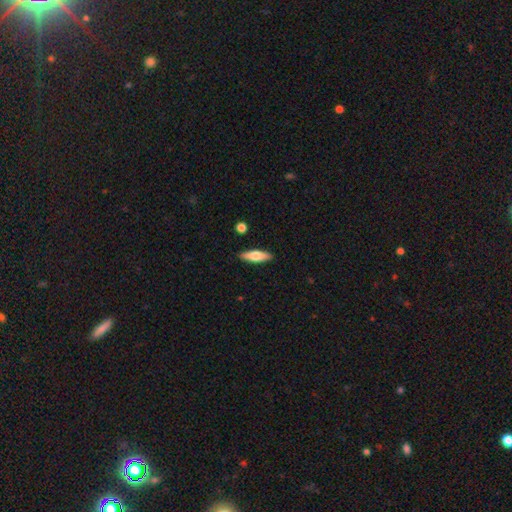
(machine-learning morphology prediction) smooth 61%, featured or disk 33%, star or artifact 6%. Down the decision tree: how rounded — cigar-shaped (52%); merging — none (89%).